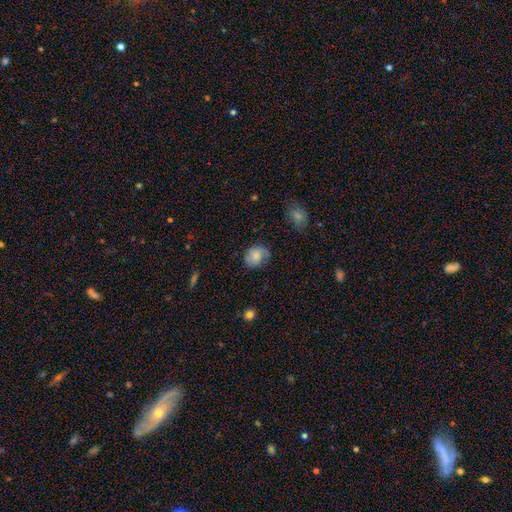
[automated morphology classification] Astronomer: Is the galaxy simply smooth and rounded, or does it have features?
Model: smooth — 77%.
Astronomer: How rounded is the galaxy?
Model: round — 60% (runner-up: in between, 39%).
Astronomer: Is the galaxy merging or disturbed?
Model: none — 66%.